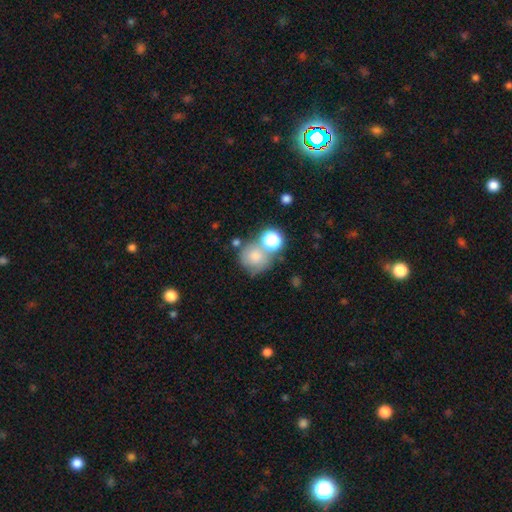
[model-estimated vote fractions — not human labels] Smooth or featured? smooth (70%)
How rounded? round (85%)
Merging? none (48%)